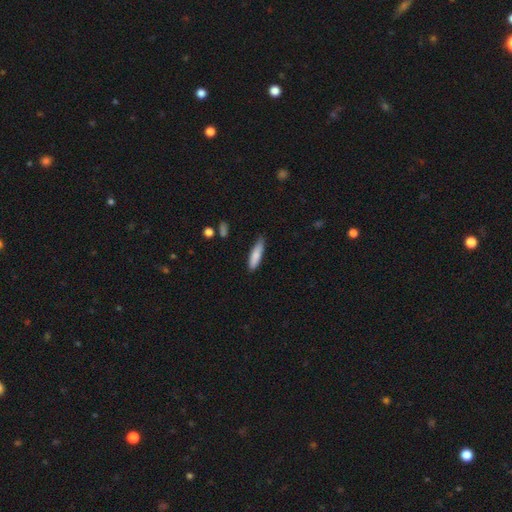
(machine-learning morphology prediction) The model was most divided on "how rounded": cigar-shaped: 72%, in between: 26%, round: 1%. More confident: smooth or featured — smooth (83%); merging — none (76%).